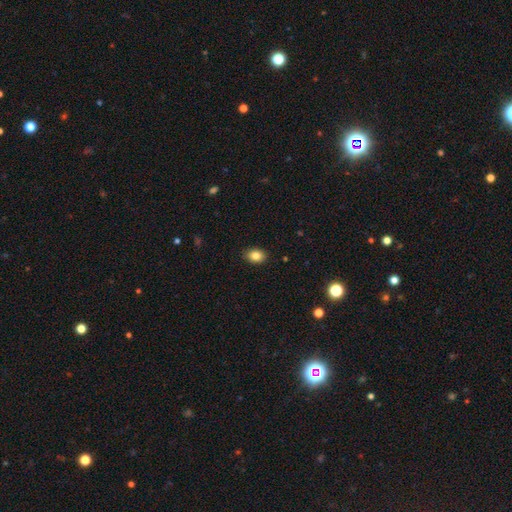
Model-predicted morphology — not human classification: A smooth galaxy with no disk features (85%) that is in between round and cigar-shaped (72%).

Vote fractions:
- Smooth or featured? smooth: 85% / star or artifact: 9% / featured or disk: 5%
- How rounded? in between: 72% / round: 27% / cigar-shaped: 1%
- Merging? none: 88% / minor disturbance: 9% / major disturbance: 2% / merger: 1%